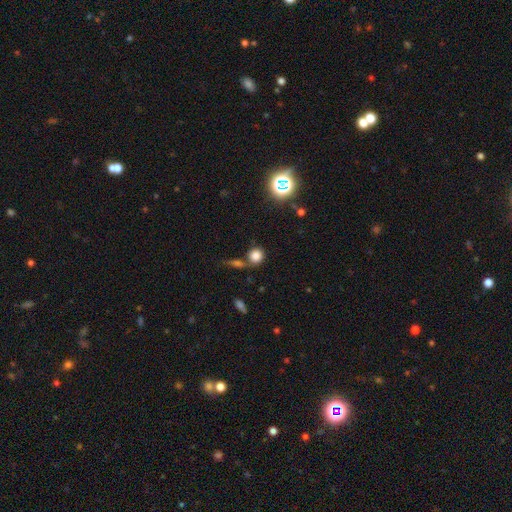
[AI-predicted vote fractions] This appears to be a smooth galaxy with no disk features (78%) that is round (85%). Merging: none (64%).